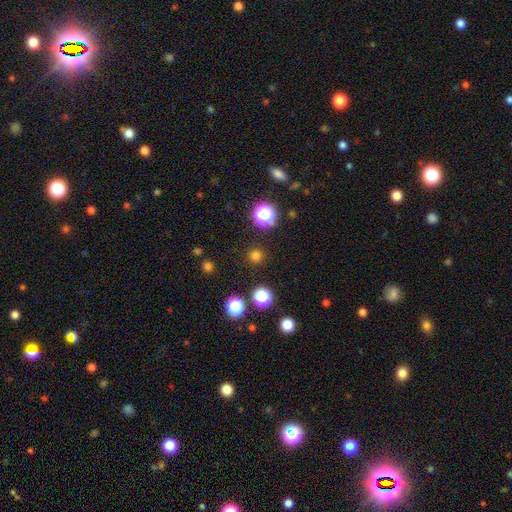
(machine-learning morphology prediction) The model was most divided on "smooth or featured": smooth: 75%, star or artifact: 21%, featured or disk: 4%. More confident: how rounded — round (95%); merging — none (90%).